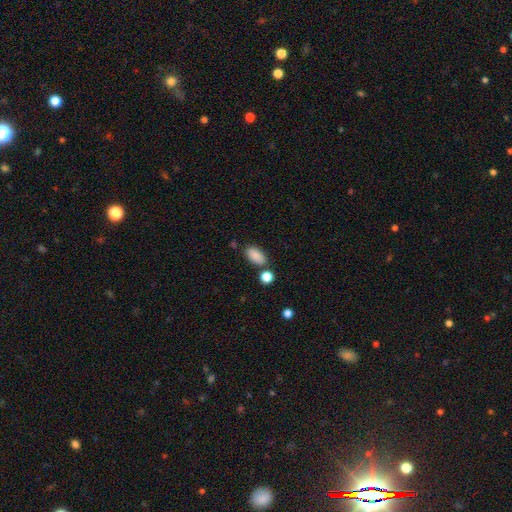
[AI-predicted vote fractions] Smooth or featured? smooth (87%)
How rounded? in between (92%)
Merging? none (75%)